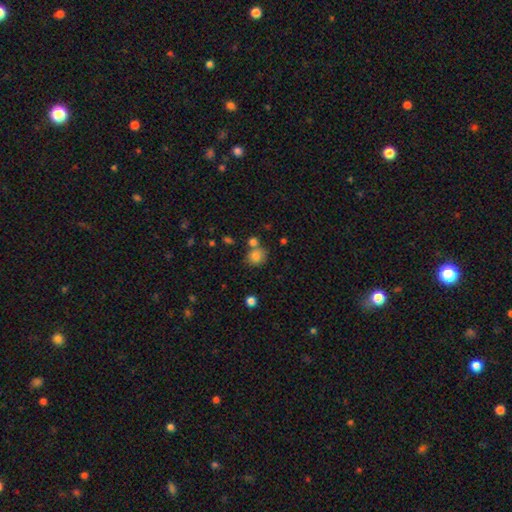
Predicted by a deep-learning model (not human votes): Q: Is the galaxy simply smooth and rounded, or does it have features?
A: smooth — 80%.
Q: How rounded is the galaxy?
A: round — 74%.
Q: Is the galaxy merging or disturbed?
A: none — 61%.